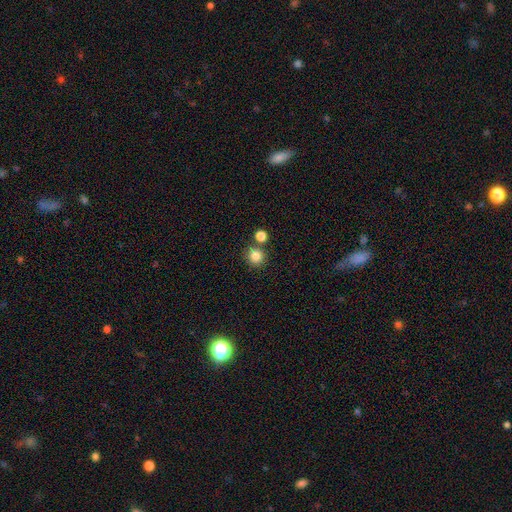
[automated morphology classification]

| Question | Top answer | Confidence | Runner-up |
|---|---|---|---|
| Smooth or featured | smooth | 83% | star or artifact (11%) |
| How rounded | round | 91% | in between (8%) |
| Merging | none | 73% | merger (16%) |